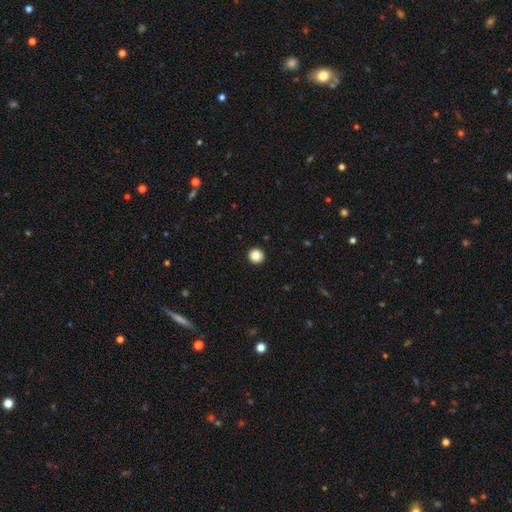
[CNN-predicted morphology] Smooth or featured? smooth (85%)
How rounded? round (96%)
Merging? none (94%)